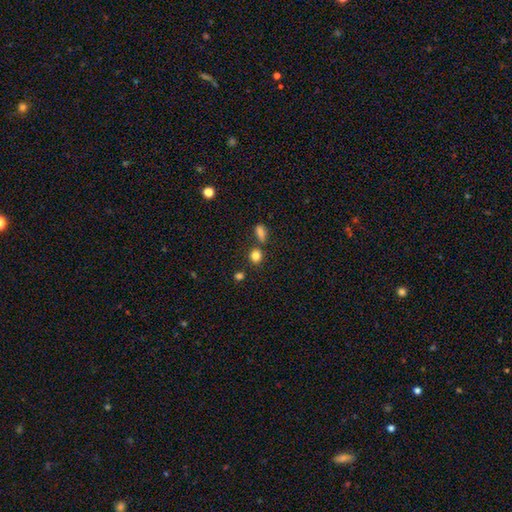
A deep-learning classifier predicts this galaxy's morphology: This appears to be a smooth galaxy with no disk features (82%) that is round (82%). Merging: none (71%).